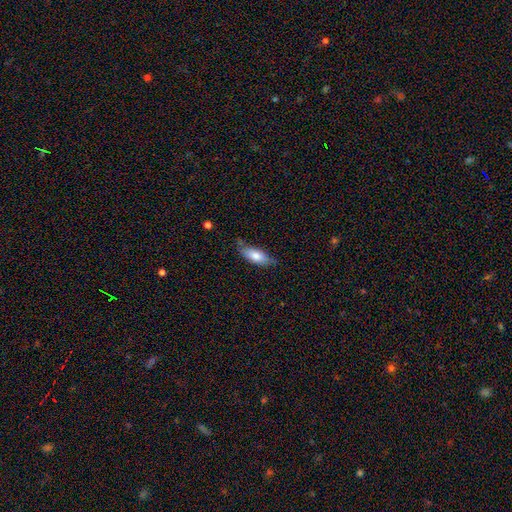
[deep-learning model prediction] smooth_or_featured: smooth (p=0.73) [alt: featured or disk p=0.21]
how_rounded: in between (p=0.68) [alt: cigar-shaped p=0.30]
merging: none (p=0.66) [alt: minor disturbance p=0.26]